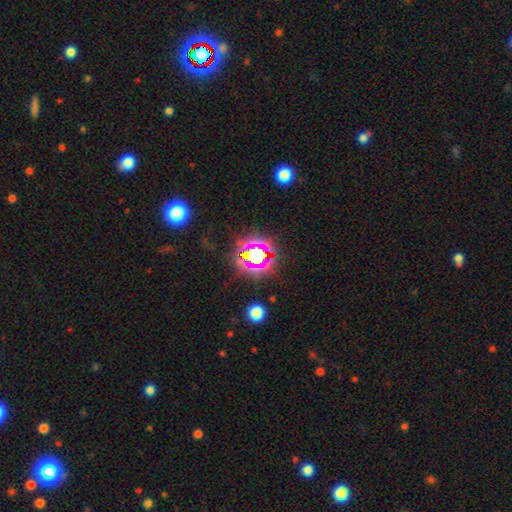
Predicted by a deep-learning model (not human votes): The model was most divided on "smooth or featured": star or artifact: 63%, smooth: 22%, featured or disk: 15%.